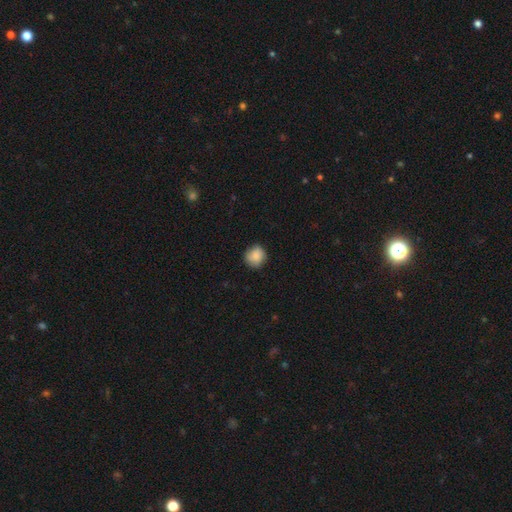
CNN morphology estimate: Overall: smooth (80%). How rounded: round (88%). Merging: none (80%).